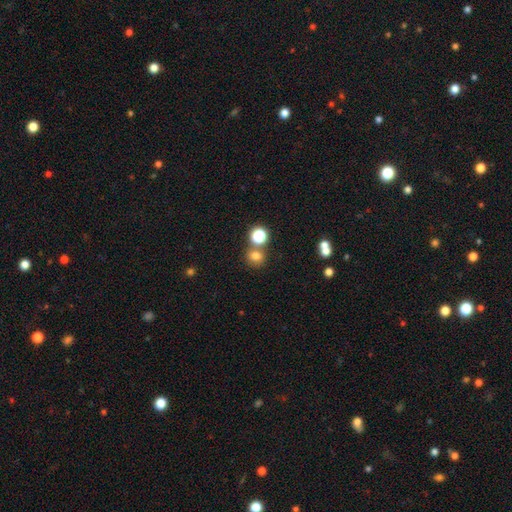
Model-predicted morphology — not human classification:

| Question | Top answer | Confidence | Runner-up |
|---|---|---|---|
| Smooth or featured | smooth | 74% | star or artifact (18%) |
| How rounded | round | 78% | in between (21%) |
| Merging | none | 67% | merger (21%) |